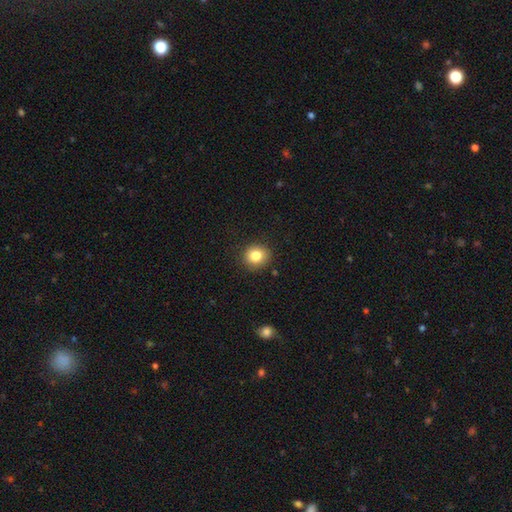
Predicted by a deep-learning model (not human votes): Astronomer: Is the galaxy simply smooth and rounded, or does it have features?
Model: smooth — 83%.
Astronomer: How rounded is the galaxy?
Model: round — 85%.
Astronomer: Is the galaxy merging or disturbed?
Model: none — 89%.